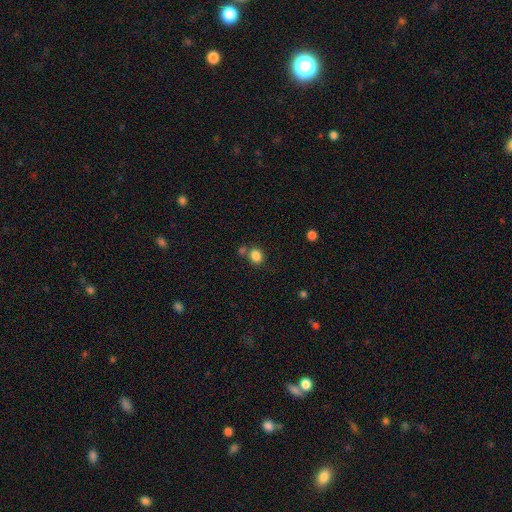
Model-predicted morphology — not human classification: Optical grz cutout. It shows a smooth galaxy with no disk features (85%) that is round (65%). Merging: none (65%).